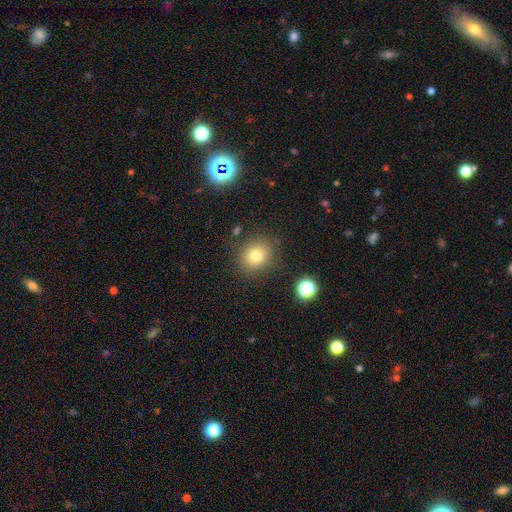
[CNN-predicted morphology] type=smooth (78%); roundness=round (74%); merging=none (82%).